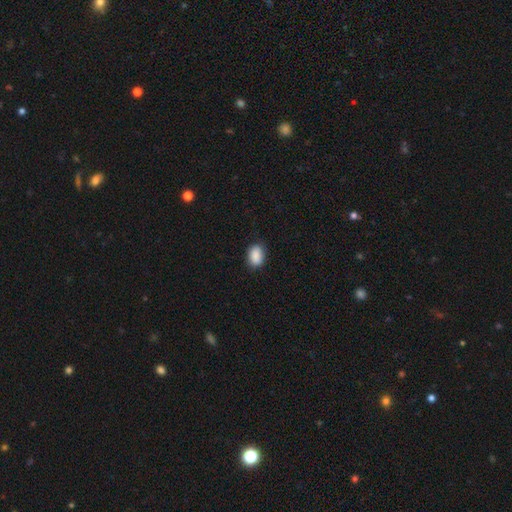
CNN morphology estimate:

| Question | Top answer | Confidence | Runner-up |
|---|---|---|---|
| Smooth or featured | smooth | 90% | star or artifact (7%) |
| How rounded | in between | 81% | round (18%) |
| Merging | none | 85% | minor disturbance (12%) |